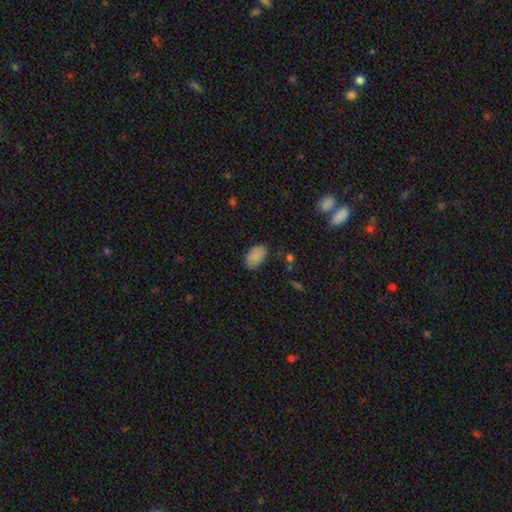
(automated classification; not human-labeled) A smooth galaxy with no disk features (88%) that is in between round and cigar-shaped (93%). Merging: none (83%).